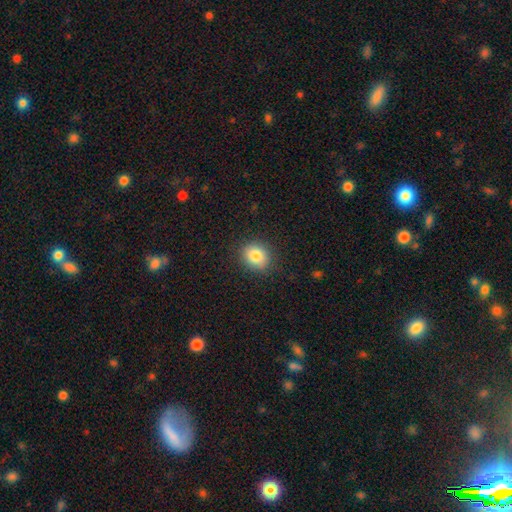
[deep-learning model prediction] This appears to be a smooth galaxy with no disk features (83%) that is round (71%). Merging: none (87%).